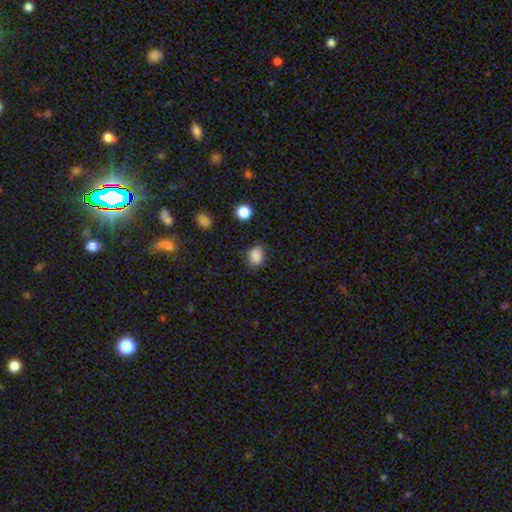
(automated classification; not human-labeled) Q: Smooth or featured?
A: smooth (86%); runner-up: star or artifact (11%)
Q: How rounded?
A: round (53%); runner-up: in between (46%)
Q: Merging?
A: none (82%); runner-up: minor disturbance (13%)